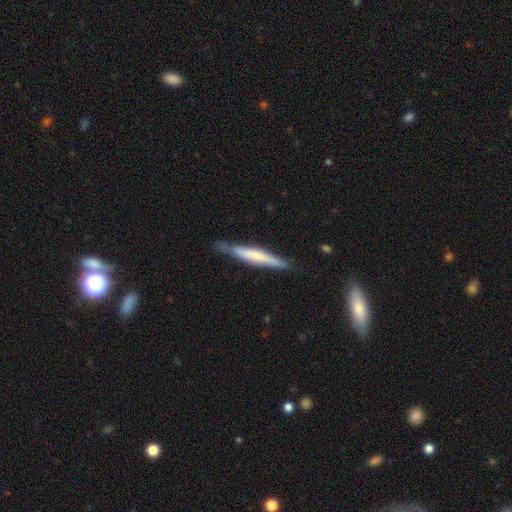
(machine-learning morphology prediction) Overall: smooth (48%; featured or disk 46%). Merging: none (75%).